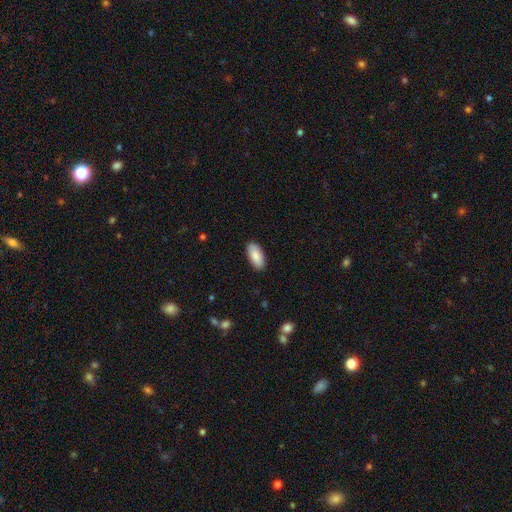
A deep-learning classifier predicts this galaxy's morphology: type=smooth (89%); roundness=in between (91%); merging=none (89%).